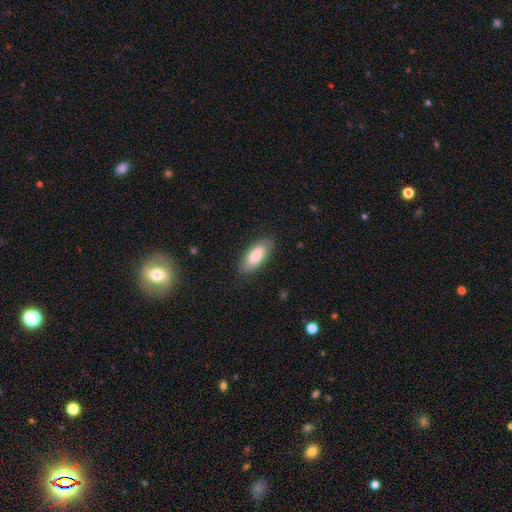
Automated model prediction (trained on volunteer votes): This is clearly a smooth galaxy (84%). How rounded: clearly in between (82%). Merging: clearly none (85%).